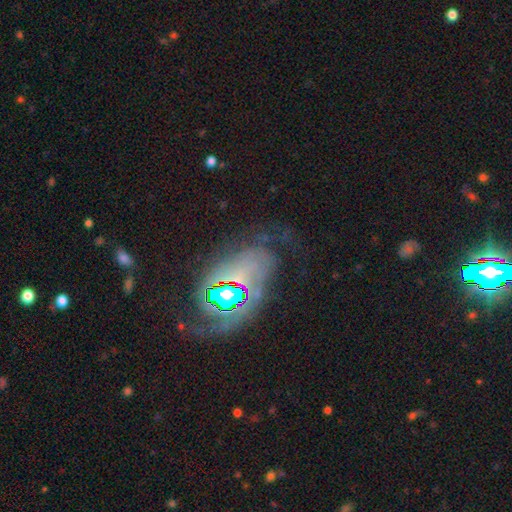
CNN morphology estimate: A featured or disk galaxy (56%) with no bar (62%), spiral arms (76%) and a moderate central bulge (36%).

Vote fractions:
- Smooth or featured? featured or disk: 56% / star or artifact: 30% / smooth: 14%
- Edge-on disk? no: 92% / yes: 8%
- Bar? no: 62% / weak: 24% / strong: 14%
- Spiral arms? yes: 76% / no: 24%
- Bulge size? moderate: 36% / small: 31% / large: 14% / none: 12% / dominant: 6%
- Merging? none: 54% / major disturbance: 22% / minor disturbance: 17% / merger: 6%